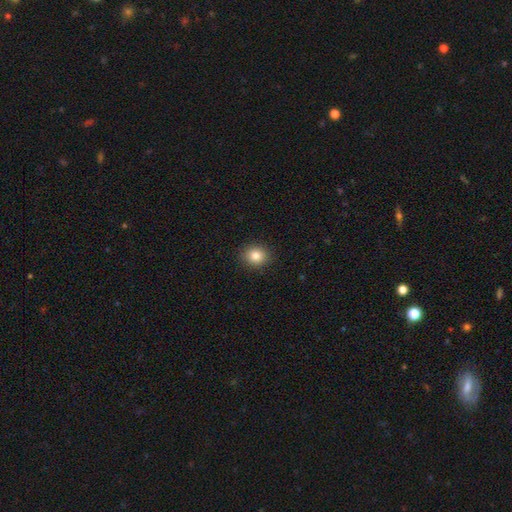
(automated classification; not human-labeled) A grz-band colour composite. It shows a smooth galaxy with no disk features (84%) that is round (77%). Merging: none (90%).